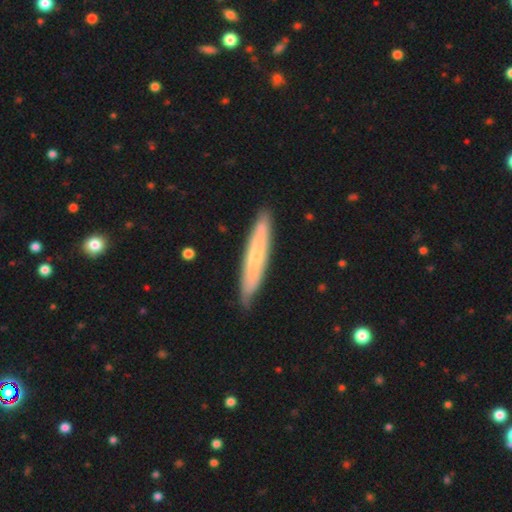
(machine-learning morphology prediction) Smooth or featured?
  - featured or disk: 47% * (tied)
  - smooth: 47% * (tied)
  - star or artifact: 6%
Merging?
  - none: 85% *
  - minor disturbance: 12%
  - major disturbance: 2%
  - merger: 1%